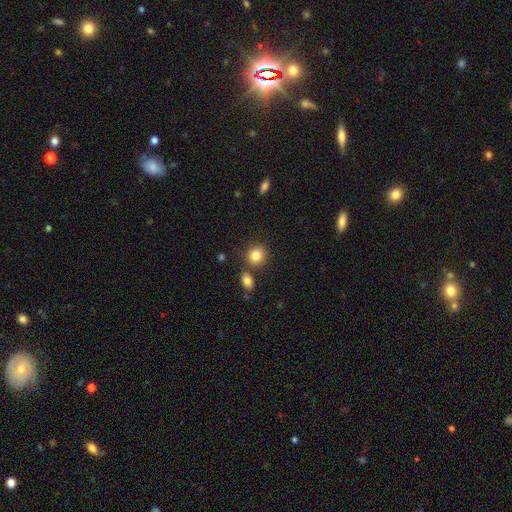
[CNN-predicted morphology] This appears to be a smooth galaxy with no disk features (84%) that is round (80%). Merging: none (75%).